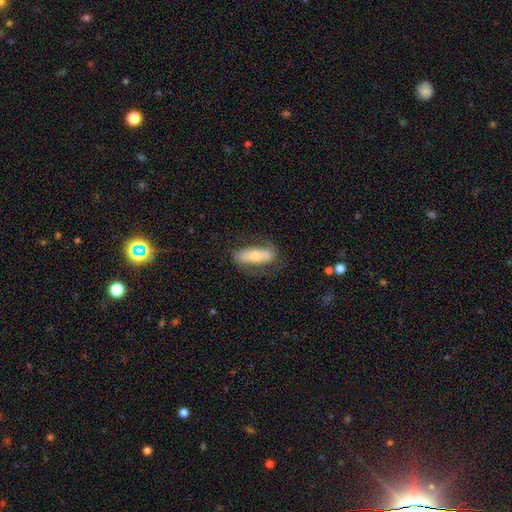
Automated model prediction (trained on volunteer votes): Smooth or featured? smooth (50%)
Merging? none (69%)